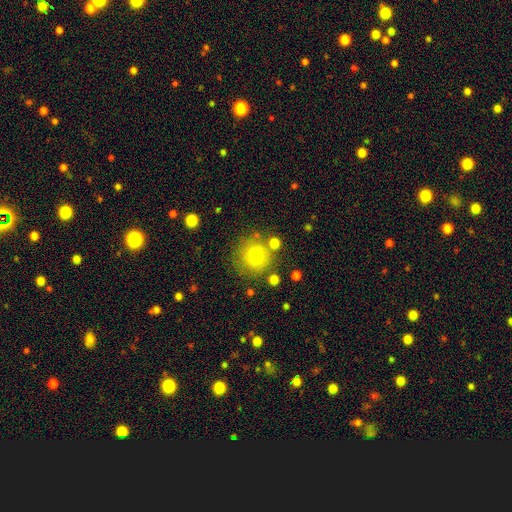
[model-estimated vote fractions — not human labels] Q: Smooth or featured?
A: smooth (81%); runner-up: star or artifact (10%)
Q: How rounded?
A: round (93%); runner-up: in between (6%)
Q: Merging?
A: none (76%); runner-up: minor disturbance (13%)